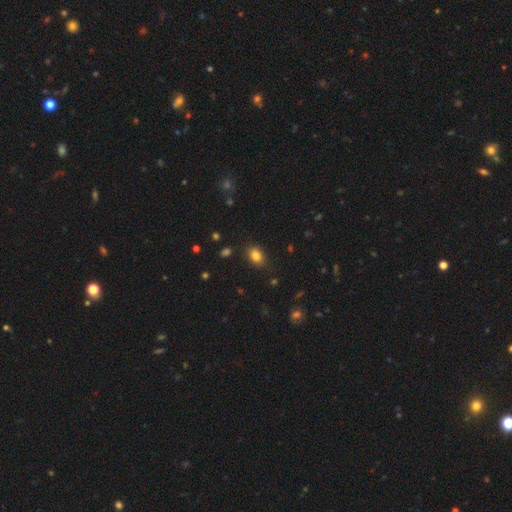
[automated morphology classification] Smooth or featured? smooth (82%)
How rounded? in between (71%)
Merging? none (84%)